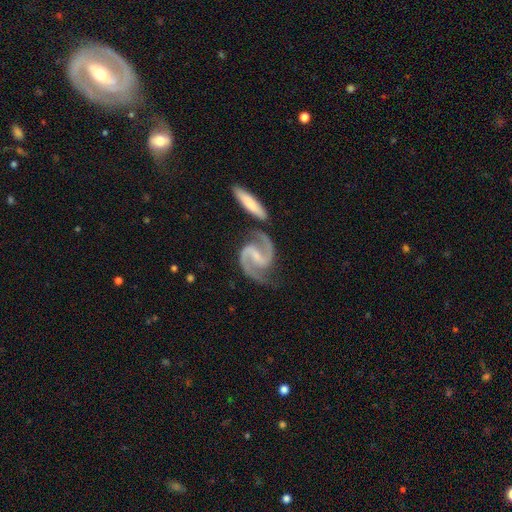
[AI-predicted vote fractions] Morphology: type=featured or disk (93%); edge-on=no (98%); bar=weak (42%); spiral arms=yes (98%); winding=medium (66%); arm count=2 (95%); bulge=small (58%); merging=none (70%).